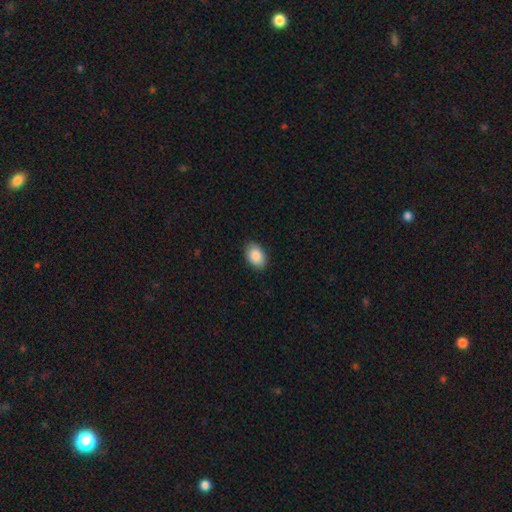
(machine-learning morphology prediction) A smooth galaxy with no disk features (89%) that is in between round and cigar-shaped (86%).

Vote fractions:
- Smooth or featured? smooth: 89% / star or artifact: 7% / featured or disk: 5%
- How rounded? in between: 86% / round: 12% / cigar-shaped: 1%
- Merging? none: 89% / minor disturbance: 9% / major disturbance: 2% / merger: 1%